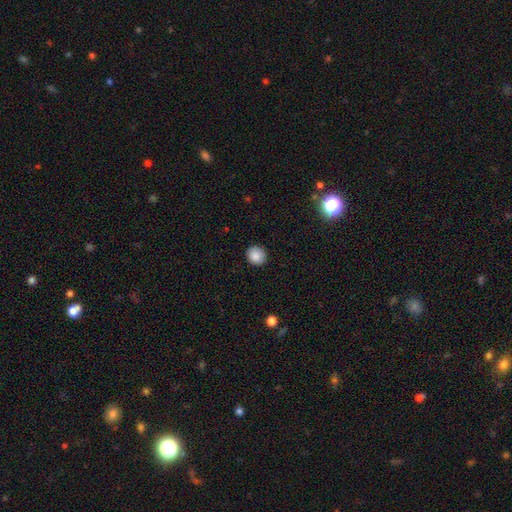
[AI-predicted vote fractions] smooth 88%, star or artifact 9%, featured or disk 3%. Down the decision tree: how rounded — round (80%); merging — none (90%).